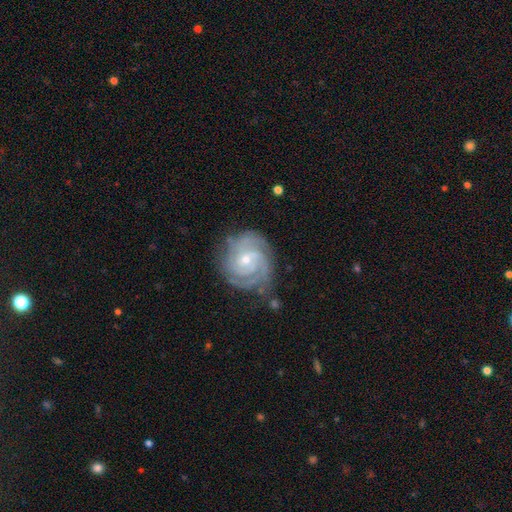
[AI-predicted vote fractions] Overall: featured or disk (86%). Edge-on disk: no (98%). Bar: no (67%; weak 28%). Spiral arms: yes (97%). Spiral arm count: 3 (34%; can't tell 22%). Spiral winding: tight (68%). Bulge size: small (63%; moderate 34%). Merging: none (70%).